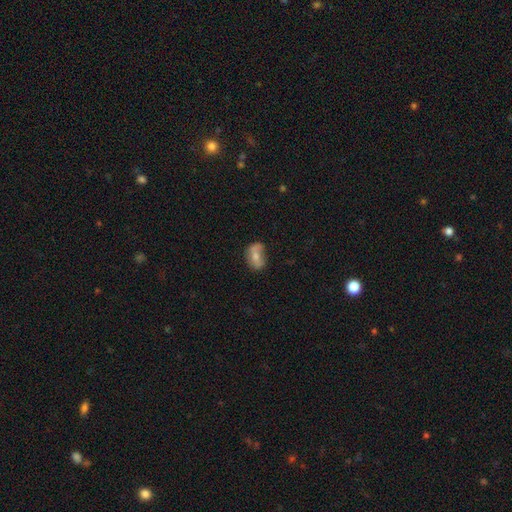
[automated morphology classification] Q: Smooth or featured?
A: smooth (58%); runner-up: featured or disk (33%)
Q: How rounded?
A: in between (79%); runner-up: round (18%)
Q: Merging?
A: none (49%); runner-up: minor disturbance (30%)